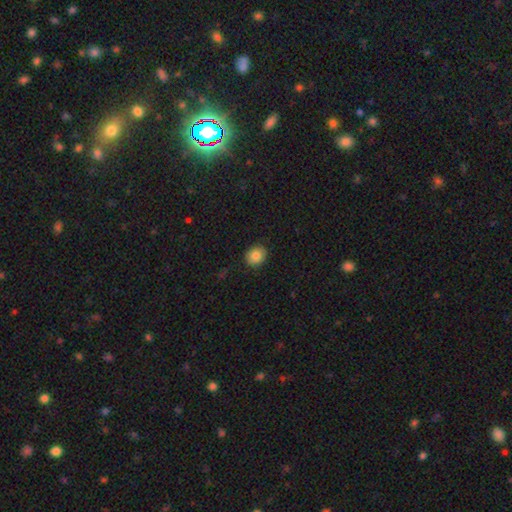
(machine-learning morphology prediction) This appears to be a smooth galaxy with no disk features (84%) that is round (64%). Merging: none (88%).